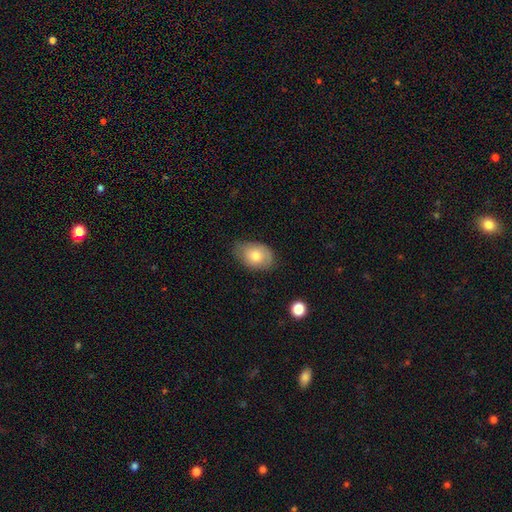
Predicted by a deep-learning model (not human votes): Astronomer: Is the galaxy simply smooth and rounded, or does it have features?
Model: smooth — 71%.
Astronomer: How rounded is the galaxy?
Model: in between — 80%.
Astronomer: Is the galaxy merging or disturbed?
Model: none — 62%.